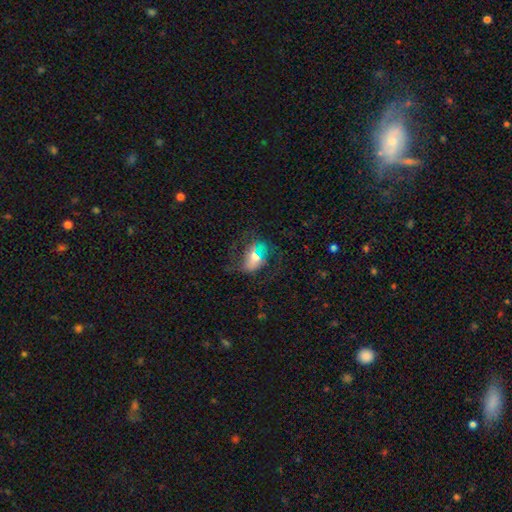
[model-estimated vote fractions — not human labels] smooth_or_featured: featured or disk (p=0.53) [alt: smooth p=0.34]
disk_edge_on: no (p=0.92) [alt: yes p=0.08]
merging: none (p=0.52) [alt: major disturbance p=0.25]